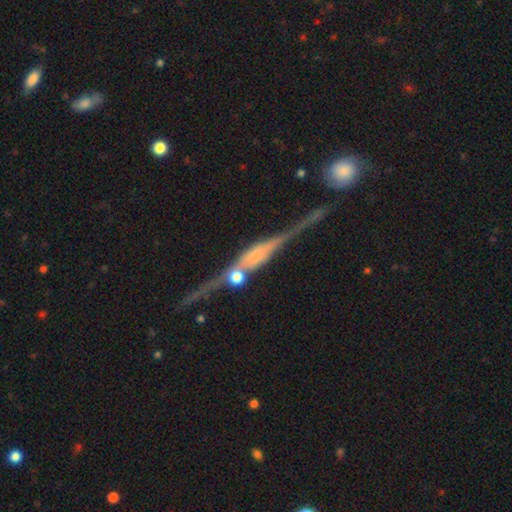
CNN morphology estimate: Smooth or featured: featured or disk — 82% (smooth — 11%)
Edge-on disk: yes — 95% (no — 5%)
Edge-on bulge: rounded — 71% (boxy — 20%)
Merging: none — 64% (minor disturbance — 18%)